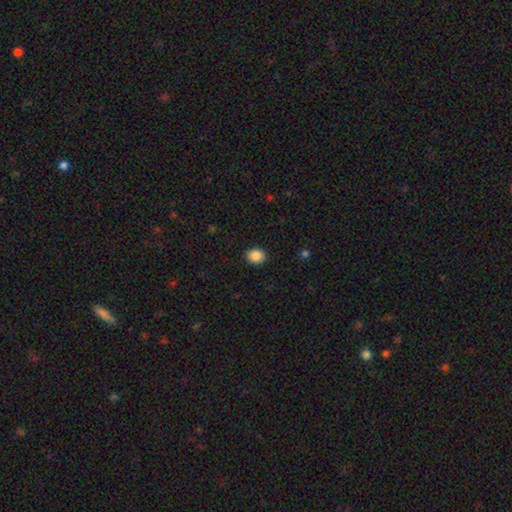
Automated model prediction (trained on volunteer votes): A smooth galaxy with no disk features (88%) that is round (51%). Merging: none (90%).